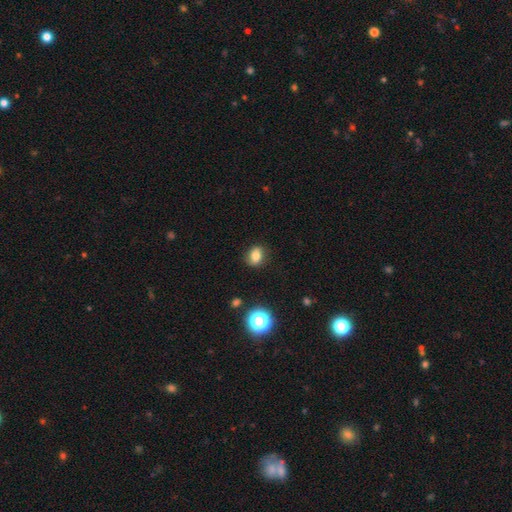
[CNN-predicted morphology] Smooth or featured? smooth (77%)
How rounded? in between (56%)
Merging? none (81%)